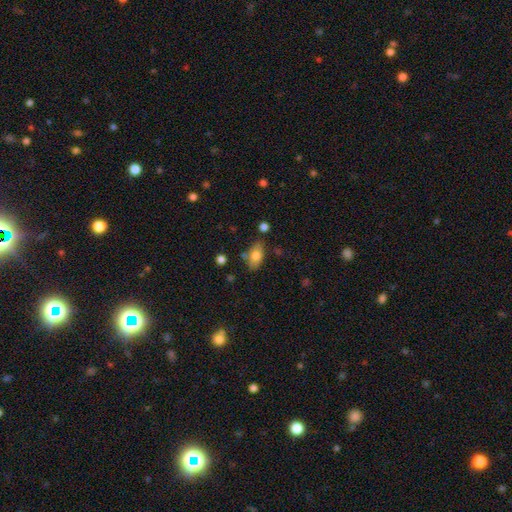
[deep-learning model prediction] smooth 77%, featured or disk 15%, star or artifact 8%. Down the decision tree: how rounded — in between (88%); merging — none (72%).